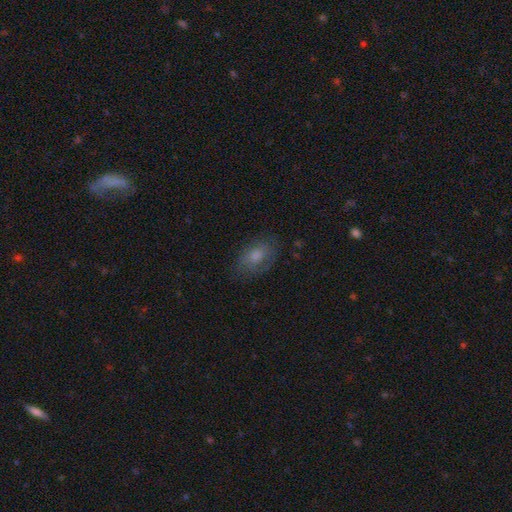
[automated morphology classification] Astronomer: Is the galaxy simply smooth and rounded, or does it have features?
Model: smooth — 64%.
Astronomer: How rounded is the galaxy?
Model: in between — 85%.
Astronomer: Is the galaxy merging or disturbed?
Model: none — 71%.